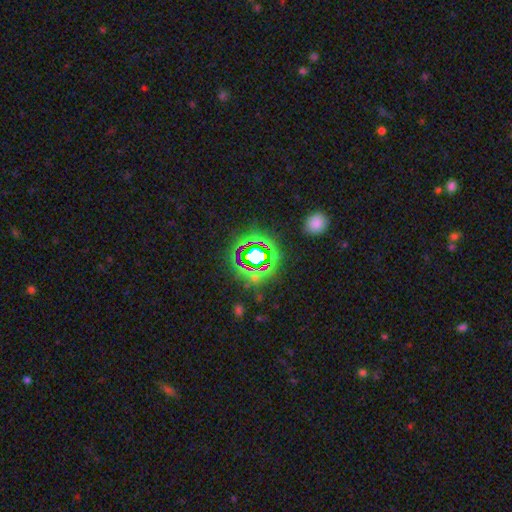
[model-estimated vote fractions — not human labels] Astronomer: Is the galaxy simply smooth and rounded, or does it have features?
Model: star or artifact — 70%.